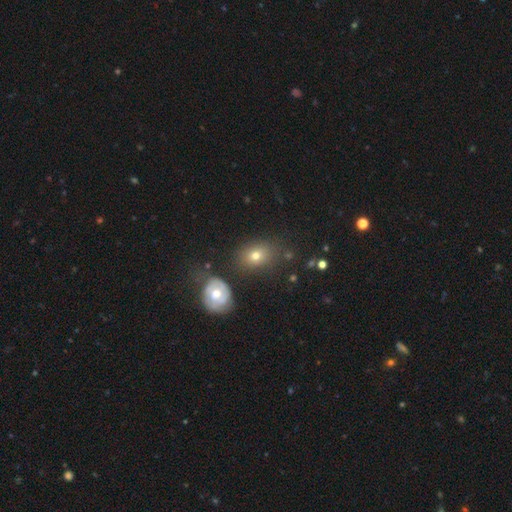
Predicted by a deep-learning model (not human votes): This is likely a smooth galaxy (67%). How rounded: likely in between (60%). Merging: likely none (70%).